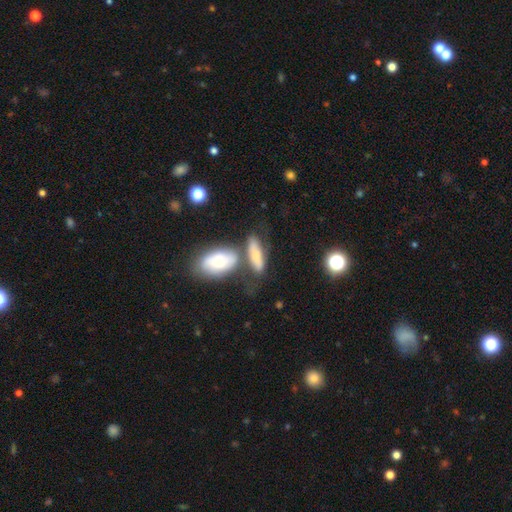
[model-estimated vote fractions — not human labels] Overall: smooth (60%; featured or disk 32%). How rounded: in between (63%; cigar-shaped 32%). Merging: none (42%; merger 33%).